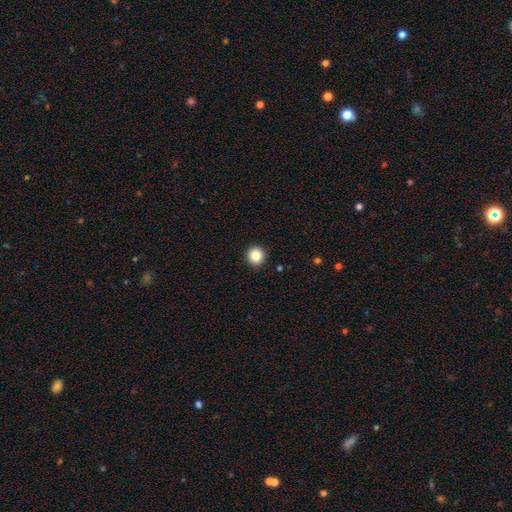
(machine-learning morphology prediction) Smooth or featured: smooth — 85% (star or artifact — 10%)
How rounded: round — 94% (in between — 5%)
Merging: none — 93% (minor disturbance — 4%)